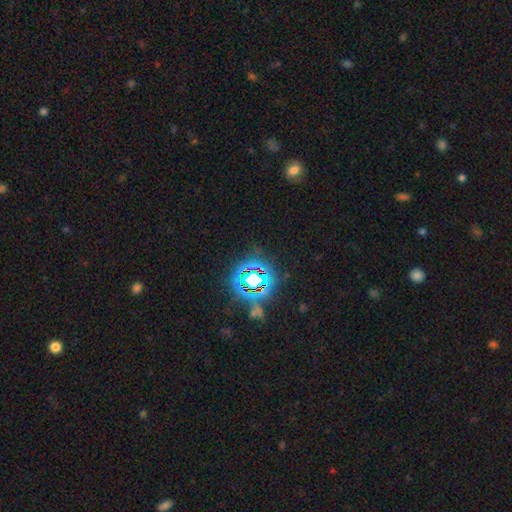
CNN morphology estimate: A star or artifact, not a galaxy (80%).

Vote fractions:
- Smooth or featured? star or artifact: 80% / smooth: 12% / featured or disk: 8%